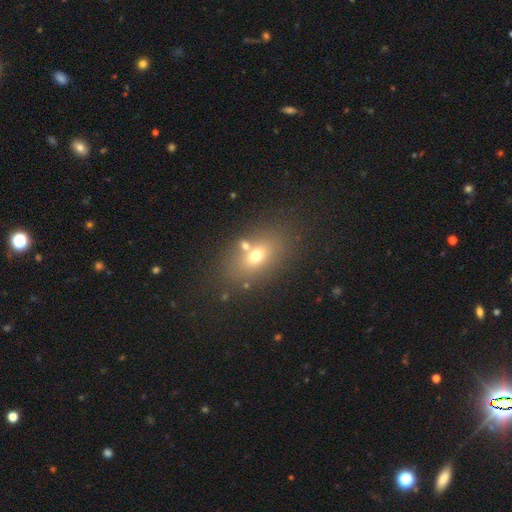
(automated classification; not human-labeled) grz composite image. It shows a smooth galaxy with no disk features (65%) that is in between round and cigar-shaped (75%). Merging: none (65%).